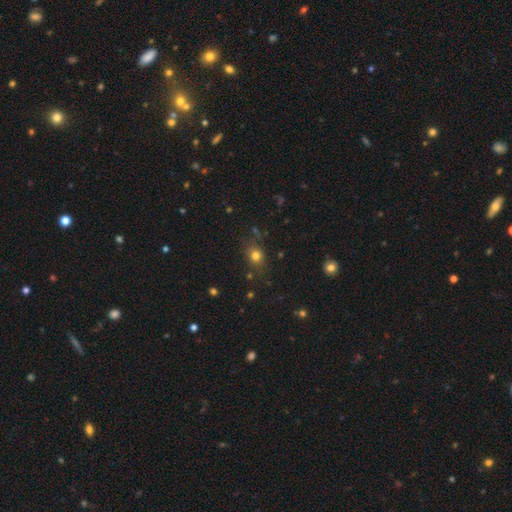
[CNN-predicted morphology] Q: Smooth or featured?
A: smooth (75%); runner-up: star or artifact (17%)
Q: How rounded?
A: round (65%); runner-up: in between (34%)
Q: Merging?
A: none (78%); runner-up: minor disturbance (14%)